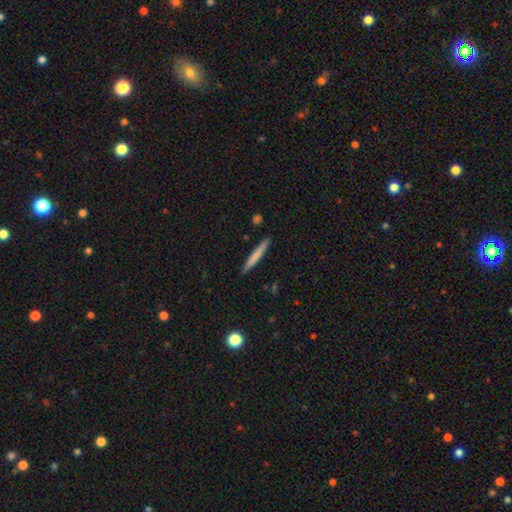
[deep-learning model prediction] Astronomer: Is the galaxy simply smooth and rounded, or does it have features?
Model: smooth — 69%.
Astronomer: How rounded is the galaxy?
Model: cigar-shaped — 96%.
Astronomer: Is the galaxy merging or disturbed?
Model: none — 90%.